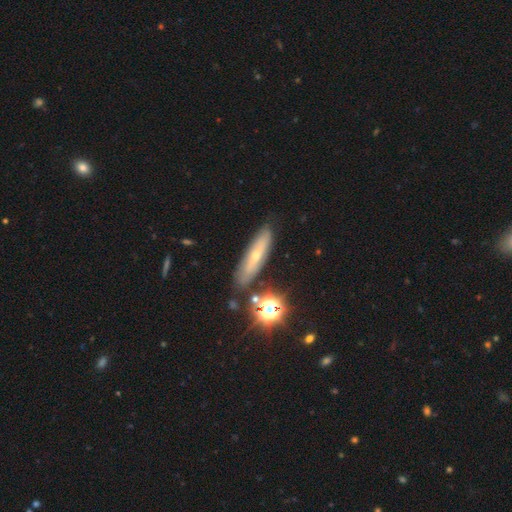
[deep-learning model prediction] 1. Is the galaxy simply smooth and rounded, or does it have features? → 46% featured or disk, 41% smooth, 13% star or artifact.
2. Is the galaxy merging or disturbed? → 81% none, 13% minor disturbance, 3% major disturbance, 3% merger.